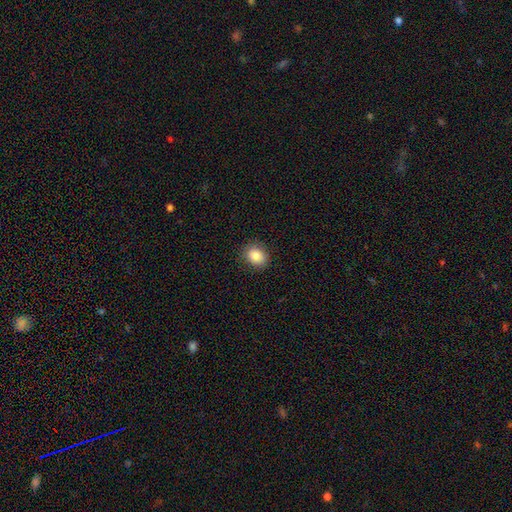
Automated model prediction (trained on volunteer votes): A smooth galaxy with no disk features (84%) that is round (56%).

Vote fractions:
- Smooth or featured? smooth: 84% / star or artifact: 9% / featured or disk: 7%
- How rounded? round: 56% / in between: 43% / cigar-shaped: 1%
- Merging? none: 88% / minor disturbance: 9% / major disturbance: 2% / merger: 1%